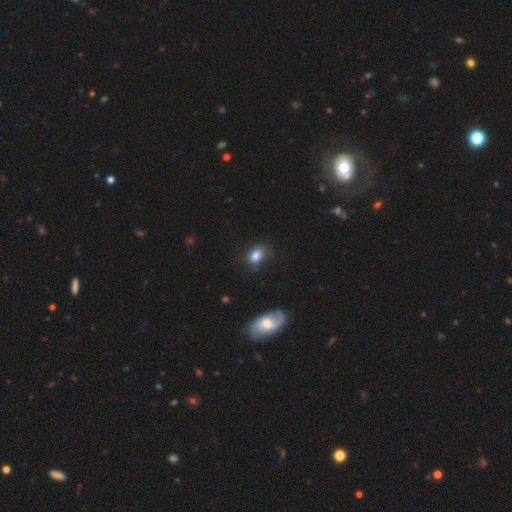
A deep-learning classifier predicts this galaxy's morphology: The model was most divided on "how rounded": in between: 74%, round: 25%, cigar-shaped: 2%. More confident: smooth or featured — smooth (81%); merging — none (72%).